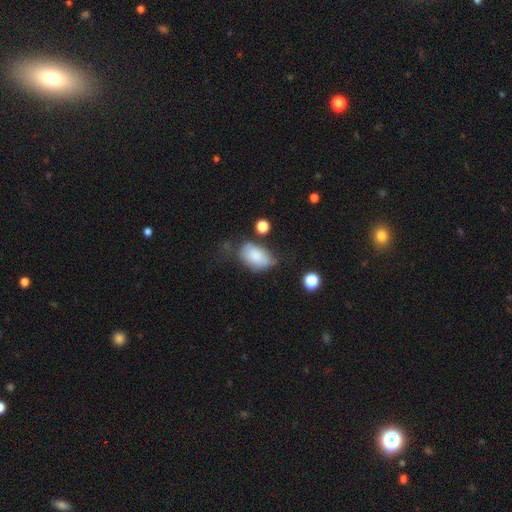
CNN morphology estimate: smooth_or_featured: smooth (p=0.79) [alt: featured or disk p=0.13]
how_rounded: in between (p=0.90) [alt: round p=0.09]
merging: none (p=0.40) [alt: minor disturbance p=0.35]